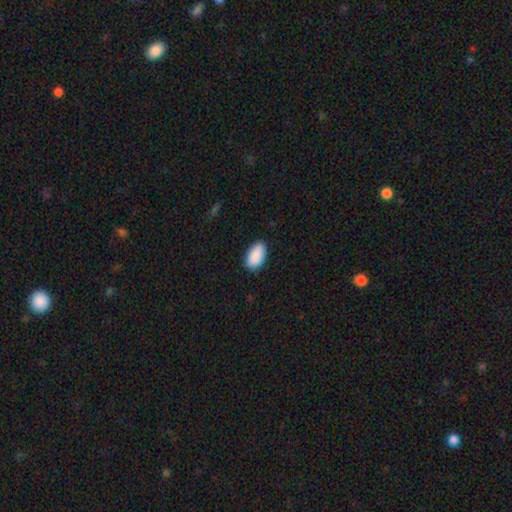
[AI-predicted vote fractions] smooth-or-featured: smooth: 91% | star or artifact: 6% | featured or disk: 3%
  how-rounded: in between: 94% | round: 4% | cigar-shaped: 2%
  merging: none: 86% | minor disturbance: 11% | major disturbance: 2% | merger: 1%